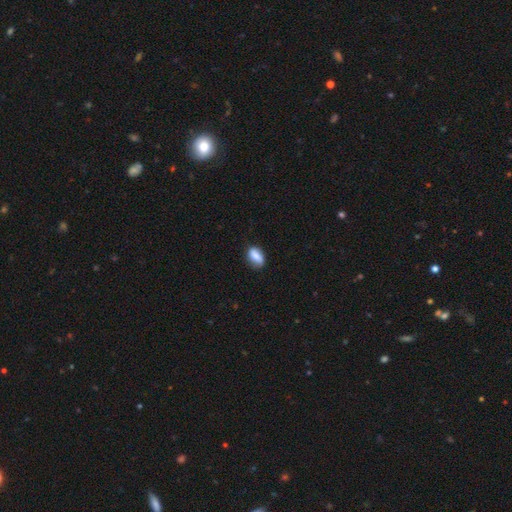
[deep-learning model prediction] smooth 75%, featured or disk 17%, star or artifact 8%. Down the decision tree: how rounded — in between (86%); merging — none (75%).